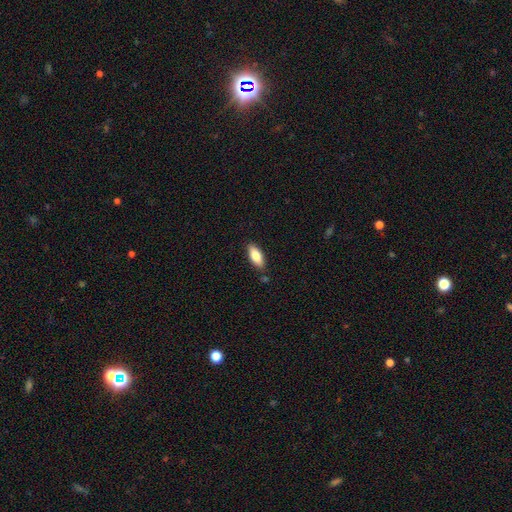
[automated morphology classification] smooth 82%, featured or disk 12%, star or artifact 6%. Down the decision tree: how rounded — in between (80%); merging — none (84%).